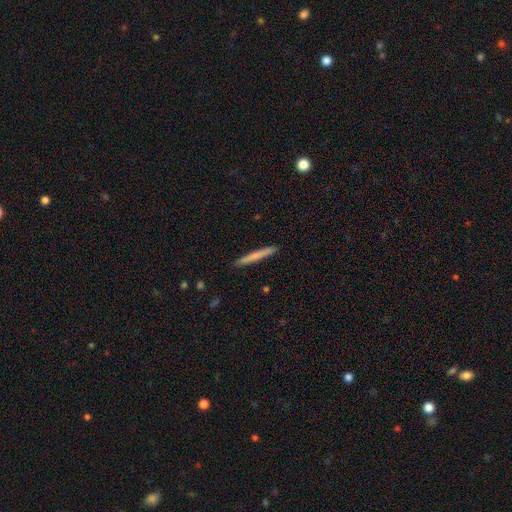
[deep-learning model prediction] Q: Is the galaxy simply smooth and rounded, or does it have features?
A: smooth — 71%.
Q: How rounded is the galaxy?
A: cigar-shaped — 97%.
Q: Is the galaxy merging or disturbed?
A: none — 93%.